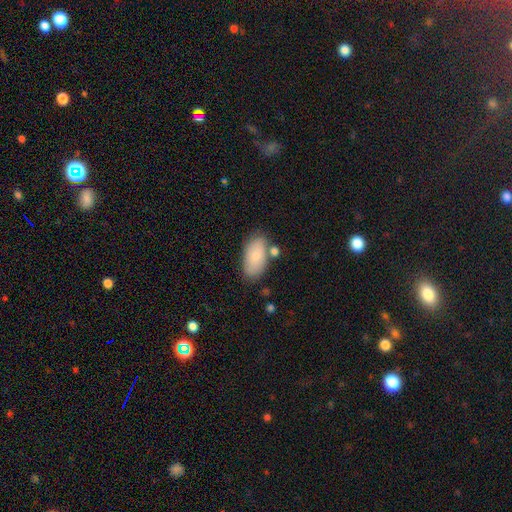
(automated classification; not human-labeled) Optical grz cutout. It shows a smooth galaxy with no disk features (79%) that is in between round and cigar-shaped (94%). Merging: none (72%).